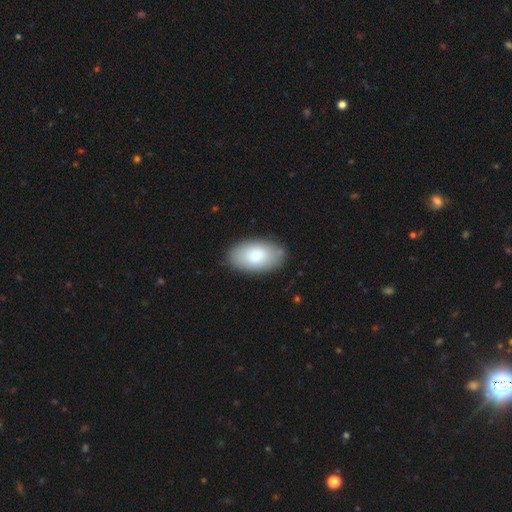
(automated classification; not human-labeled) A smooth galaxy with no disk features (79%) that is in between round and cigar-shaped (94%).

Vote fractions:
- Smooth or featured? smooth: 79% / featured or disk: 15% / star or artifact: 6%
- How rounded? in between: 94% / round: 5% / cigar-shaped: 1%
- Merging? none: 85% / minor disturbance: 11% / major disturbance: 3% / merger: 2%